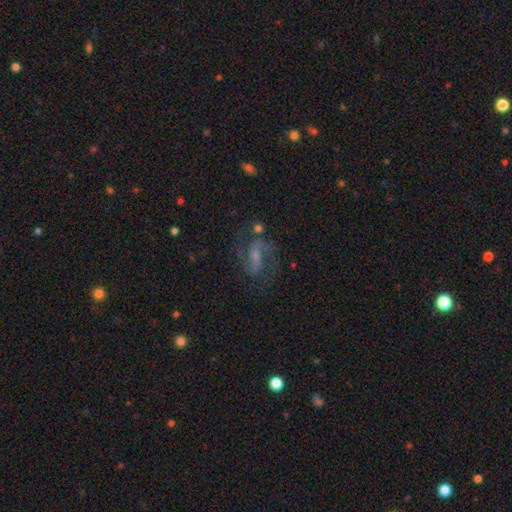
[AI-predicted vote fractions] Overall: featured or disk (83%). Edge-on disk: no (97%). Bar: weak (48%; strong 31%). Spiral arms: yes (96%). Spiral arm count: 2 (90%). Spiral winding: medium (56%; loose 29%). Bulge size: small (52%; moderate 29%). Merging: none (70%).